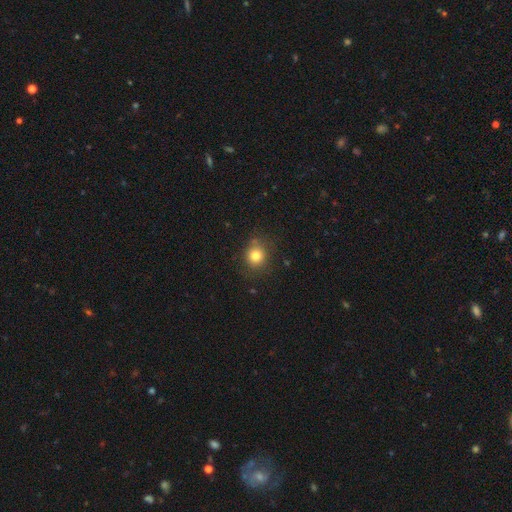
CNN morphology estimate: This appears to be a smooth galaxy with no disk features (80%) that is round (83%). Merging: none (81%).